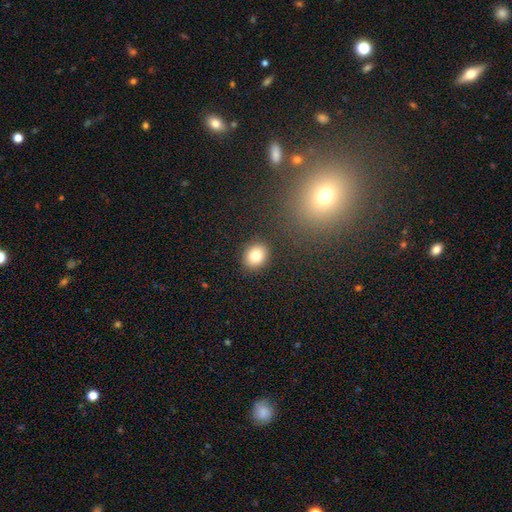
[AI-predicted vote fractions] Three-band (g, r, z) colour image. It shows a smooth galaxy with no disk features (81%) that is round (61%). Merging: none (89%).